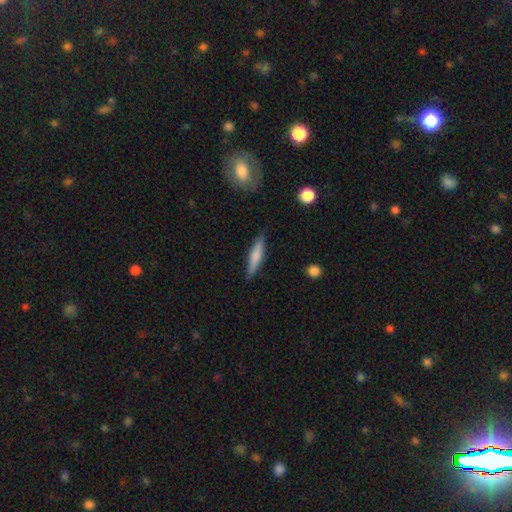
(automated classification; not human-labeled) This appears to be a smooth galaxy with no disk features (69%) that is cigar-shaped (85%). Merging: none (85%).